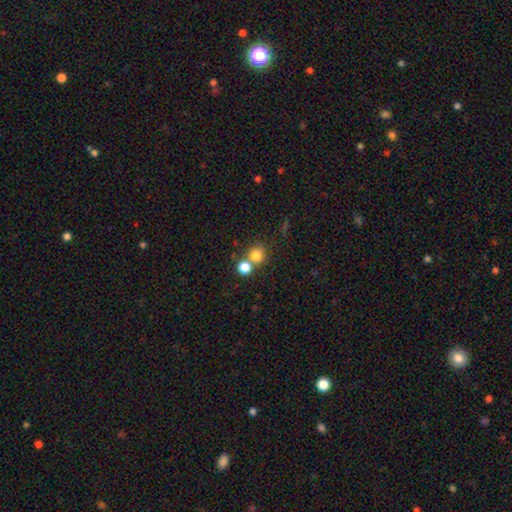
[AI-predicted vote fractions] A smooth galaxy with no disk features (79%) that is round (87%).

Vote fractions:
- Smooth or featured? smooth: 79% / star or artifact: 14% / featured or disk: 7%
- How rounded? round: 87% / in between: 12% / cigar-shaped: 1%
- Merging? none: 57% / merger: 32% / minor disturbance: 7% / major disturbance: 3%